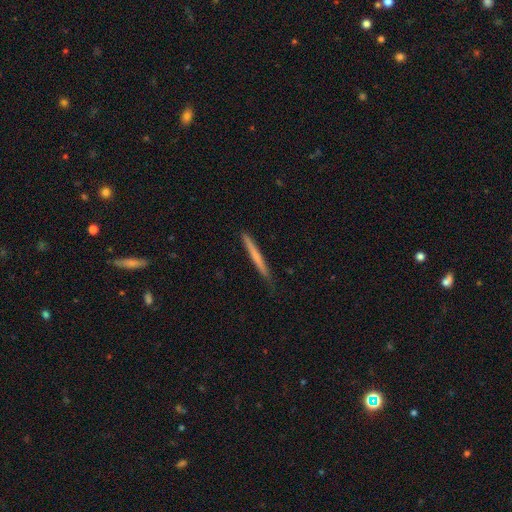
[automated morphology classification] Smooth or featured: smooth — 60% (featured or disk — 35%)
How rounded: cigar-shaped — 97% (in between — 2%)
Merging: none — 85% (minor disturbance — 12%)